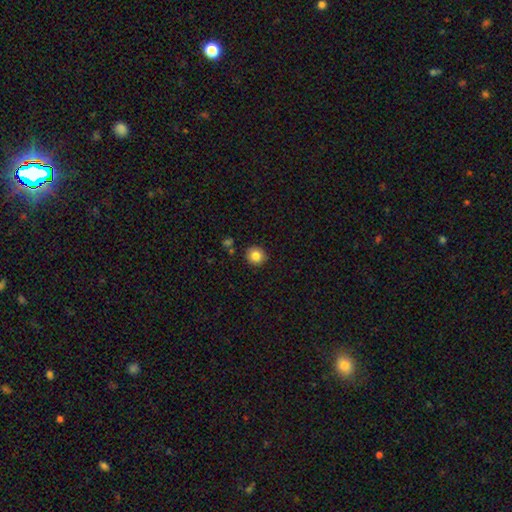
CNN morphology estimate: smooth 83%, star or artifact 10%, featured or disk 7%. Down the decision tree: how rounded — round (90%); merging — none (90%).